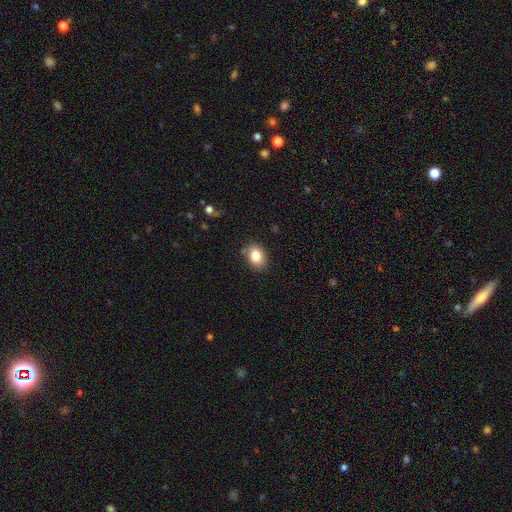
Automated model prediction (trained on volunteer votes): A smooth galaxy with no disk features (83%) that is in between round and cigar-shaped (68%).

Vote fractions:
- Smooth or featured? smooth: 83% / star or artifact: 9% / featured or disk: 8%
- How rounded? in between: 68% / round: 31% / cigar-shaped: 1%
- Merging? none: 83% / minor disturbance: 13% / major disturbance: 3% / merger: 2%